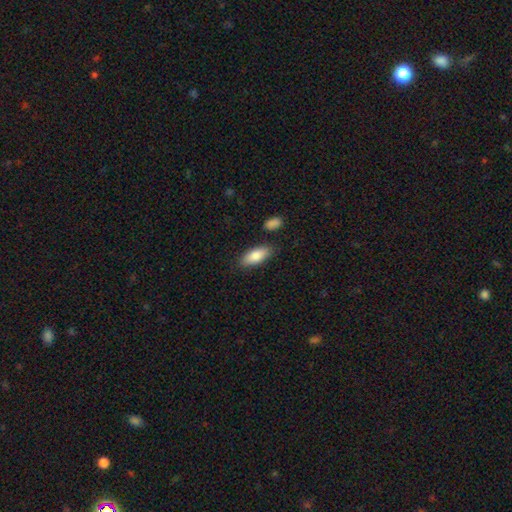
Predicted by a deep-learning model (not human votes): Morphology: type=smooth (84%); roundness=in between (83%); merging=none (81%).